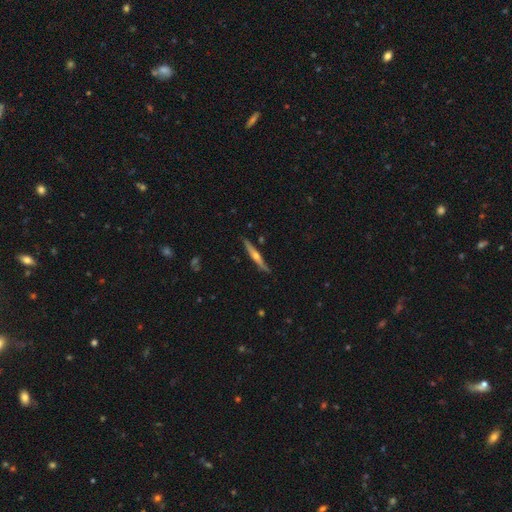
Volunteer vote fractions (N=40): This is likely a featured or disk galaxy (75%). It is clearly viewed edge-on (100%). Edge-on bulge: clearly rounded (90%). Merging: likely none (71%).